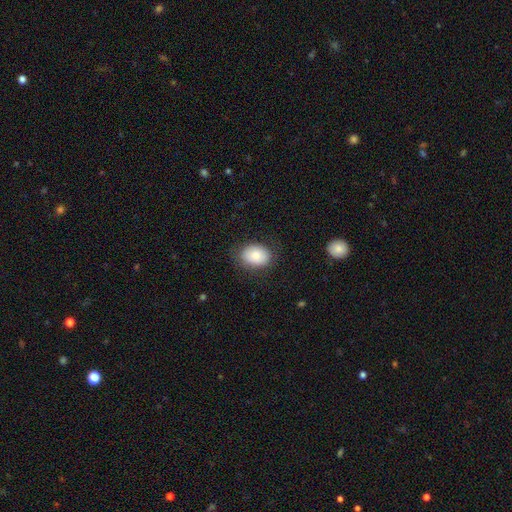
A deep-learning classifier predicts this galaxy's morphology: The model was most divided on "how rounded": in between: 72%, round: 27%, cigar-shaped: 1%. More confident: merging — none (81%); smooth or featured — smooth (79%).